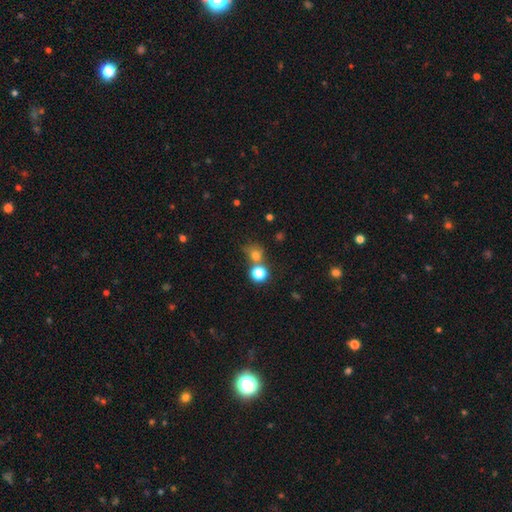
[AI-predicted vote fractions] Smooth or featured: smooth — 72% (star or artifact — 19%)
How rounded: round — 79% (in between — 20%)
Merging: none — 49% (merger — 33%)